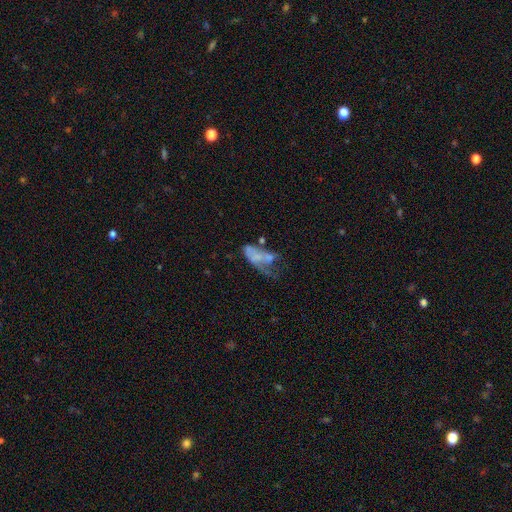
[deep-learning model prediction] A featured or disk galaxy (45%).

Vote fractions:
- Smooth or featured? featured or disk: 45% / smooth: 44% / star or artifact: 11%
- Merging? major disturbance: 43% / merger: 25% / none: 16% / minor disturbance: 16%